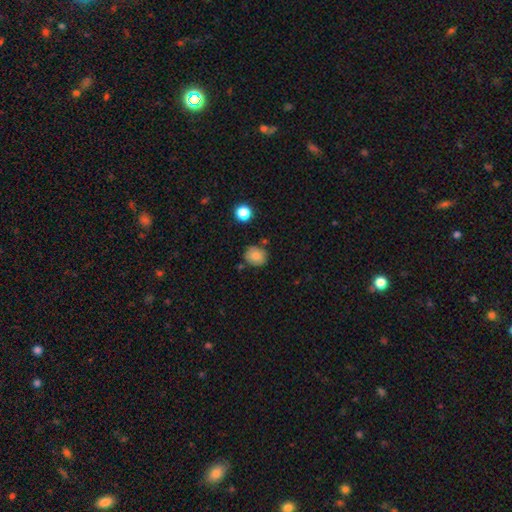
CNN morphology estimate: Smooth or featured: smooth — 82% (star or artifact — 10%)
How rounded: round — 74% (in between — 25%)
Merging: none — 75% (minor disturbance — 16%)